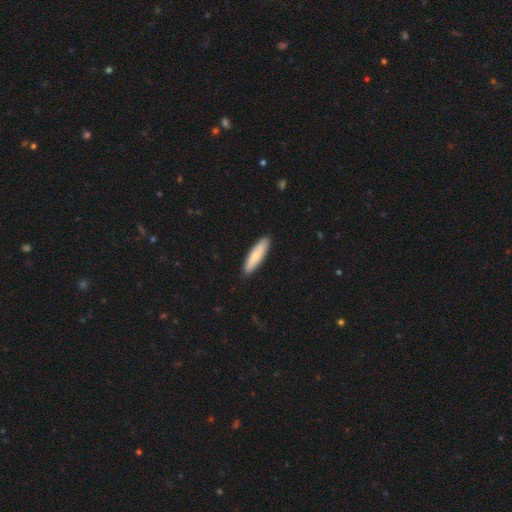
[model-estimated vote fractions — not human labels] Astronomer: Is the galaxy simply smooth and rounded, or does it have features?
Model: smooth — 79%.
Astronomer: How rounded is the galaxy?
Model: cigar-shaped — 75%.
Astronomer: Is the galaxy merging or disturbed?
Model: none — 91%.